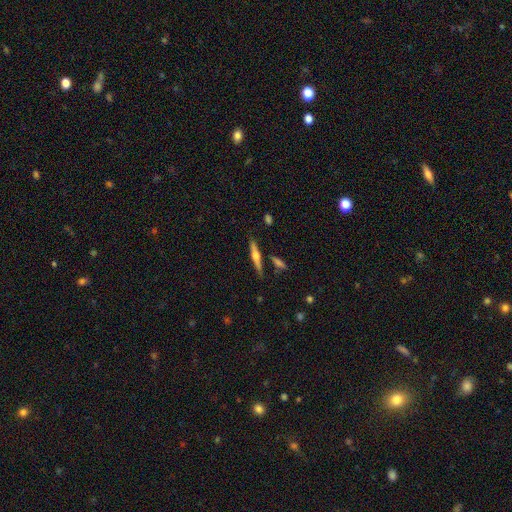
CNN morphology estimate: type=featured or disk (65%); edge-on=yes (97%); edge-on bulge=rounded (89%); merging=none (80%).